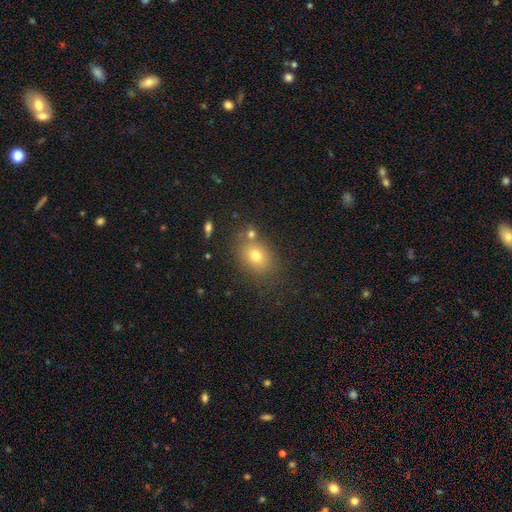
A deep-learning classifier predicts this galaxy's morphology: A smooth galaxy with no disk features (73%) that is in between round and cigar-shaped (61%). Merging: none (71%).